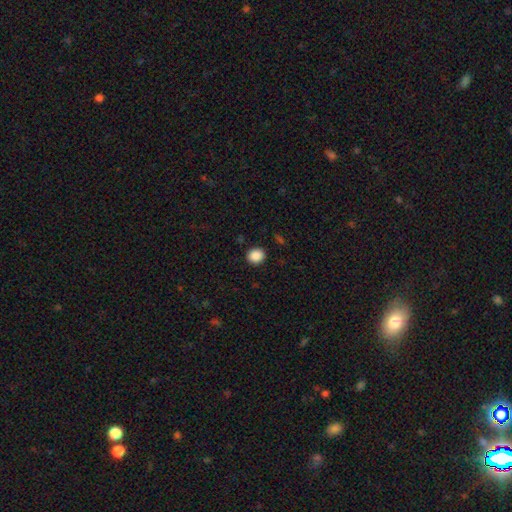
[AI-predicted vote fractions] Smooth or featured: smooth — 88% (star or artifact — 9%)
How rounded: round — 80% (in between — 19%)
Merging: none — 91% (minor disturbance — 6%)